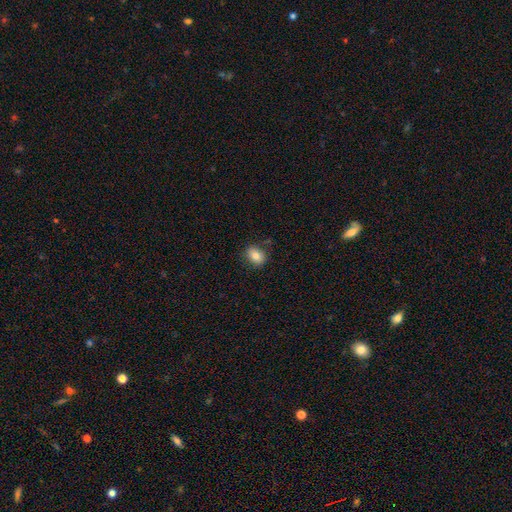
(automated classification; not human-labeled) Smooth or featured: smooth — 81% (featured or disk — 10%)
How rounded: in between — 61% (round — 38%)
Merging: none — 80% (minor disturbance — 14%)